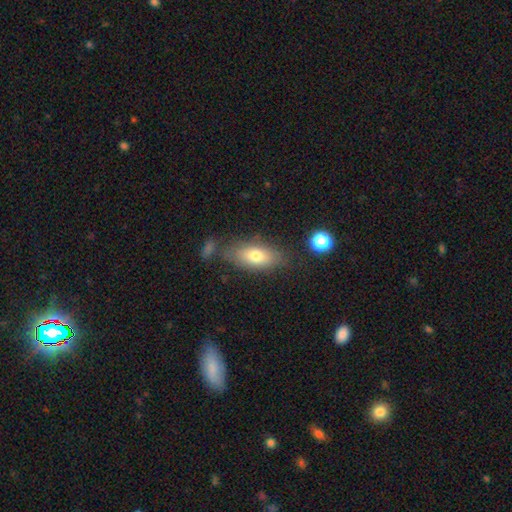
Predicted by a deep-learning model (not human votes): Morphology: type=smooth (72%); roundness=in between (80%); merging=none (71%).